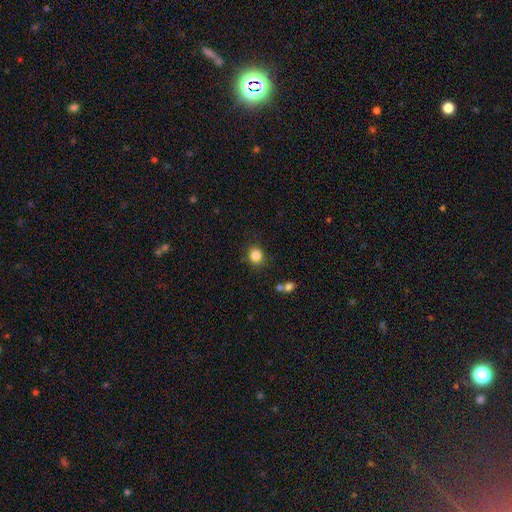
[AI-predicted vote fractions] A smooth galaxy with no disk features (84%) that is round (76%). Merging: none (85%).